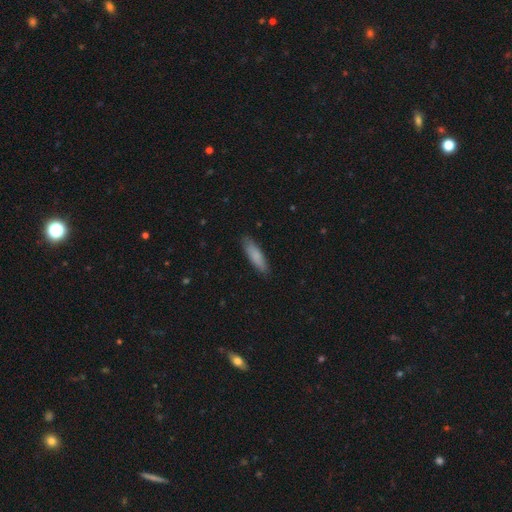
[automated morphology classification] Smooth or featured? Predicted: smooth (p=0.84). How rounded? Predicted: cigar-shaped (p=0.67). Merging? Predicted: none (p=0.86).